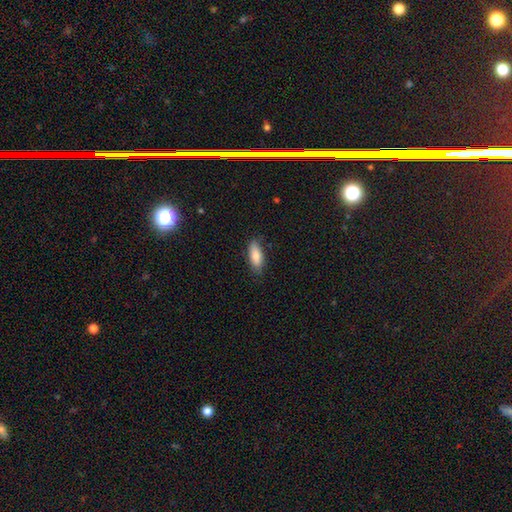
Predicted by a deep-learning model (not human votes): The model was most divided on "how rounded": in between: 76%, cigar-shaped: 21%, round: 2%. More confident: merging — none (81%); smooth or featured — smooth (81%).